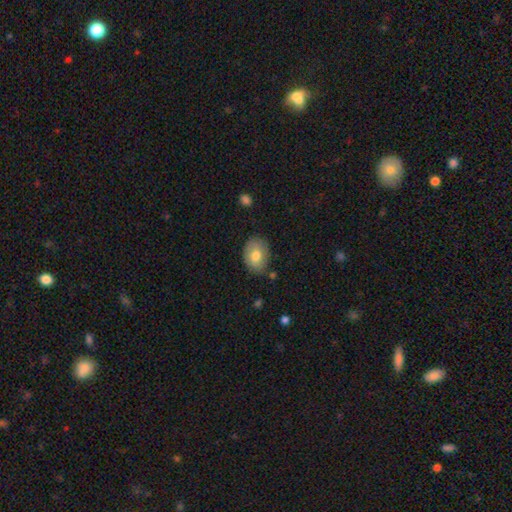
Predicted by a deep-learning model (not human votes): This is likely a smooth galaxy (71%). How rounded: likely in between (76%). Merging: likely none (77%).